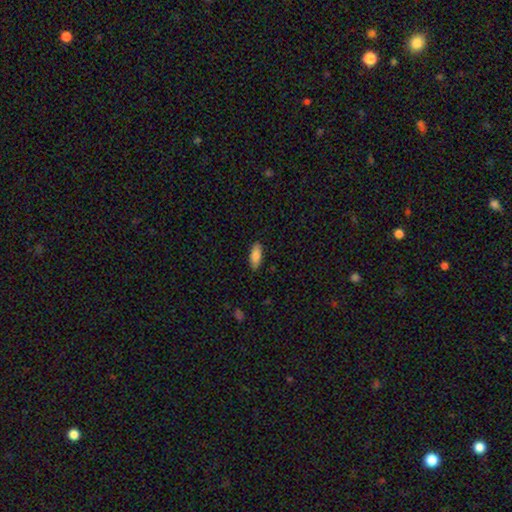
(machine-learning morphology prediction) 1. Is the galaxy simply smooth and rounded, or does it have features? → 85% smooth, 9% featured or disk, 6% star or artifact.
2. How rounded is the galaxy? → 77% in between, 21% cigar-shaped, 2% round.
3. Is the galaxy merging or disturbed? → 87% none, 10% minor disturbance, 2% major disturbance, 1% merger.